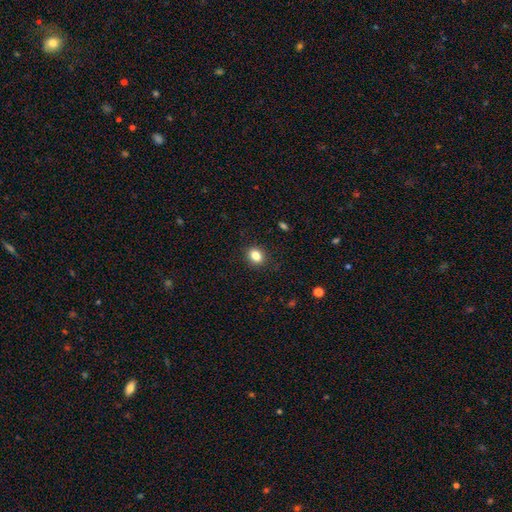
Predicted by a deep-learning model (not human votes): The model was most divided on "how rounded": in between: 55%, round: 44%, cigar-shaped: 1%. More confident: merging — none (88%); smooth or featured — smooth (84%).